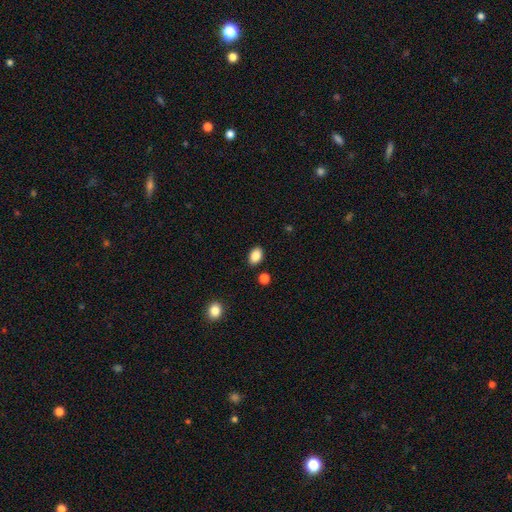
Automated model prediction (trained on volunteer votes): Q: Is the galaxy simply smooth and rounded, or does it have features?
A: smooth — 88%.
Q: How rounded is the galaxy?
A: in between — 81%.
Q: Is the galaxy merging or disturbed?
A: none — 87%.